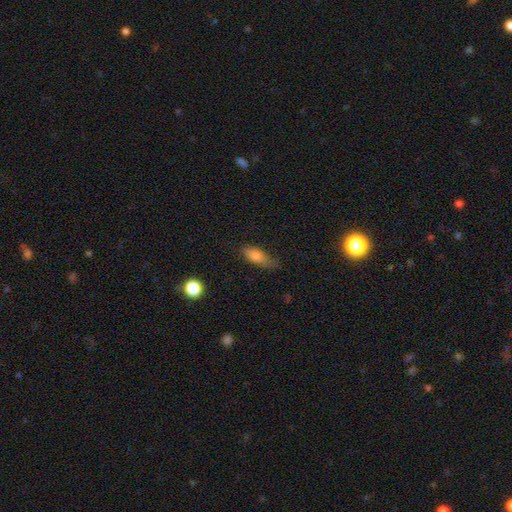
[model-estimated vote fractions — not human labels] Smooth or featured? Predicted: smooth (p=0.77). How rounded? Predicted: in between (p=0.72). Merging? Predicted: none (p=0.53).